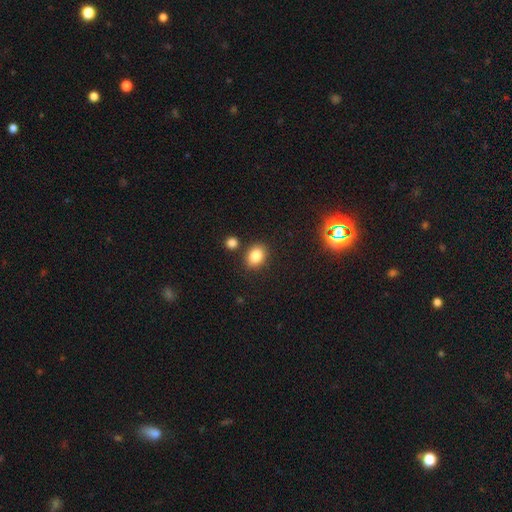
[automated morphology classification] This appears to be a smooth galaxy with no disk features (83%) that is in between round and cigar-shaped (64%). Merging: none (80%).